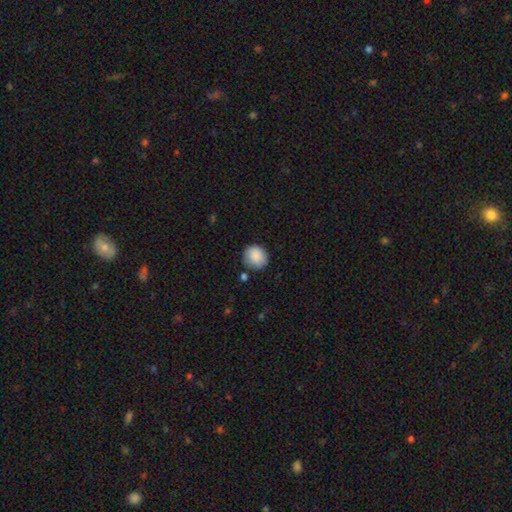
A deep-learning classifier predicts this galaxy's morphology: The model was most divided on "how rounded": round: 82%, in between: 17%, cigar-shaped: 1%. More confident: smooth or featured — smooth (88%); merging — none (80%).